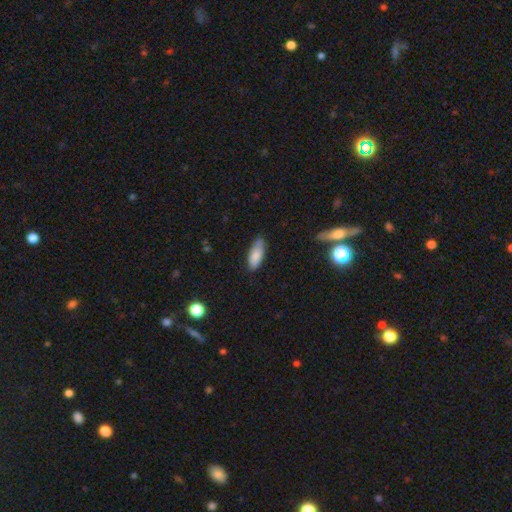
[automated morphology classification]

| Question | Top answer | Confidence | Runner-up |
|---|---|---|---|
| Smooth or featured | smooth | 84% | featured or disk (10%) |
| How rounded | in between | 76% | cigar-shaped (23%) |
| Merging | none | 71% | minor disturbance (24%) |